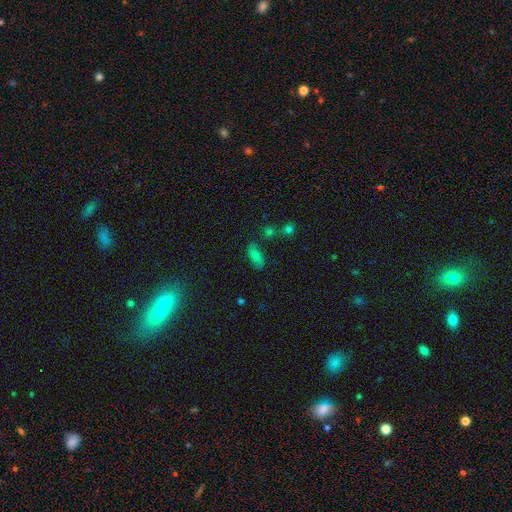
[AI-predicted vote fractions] Overall: smooth (69%). How rounded: in between (86%). Merging: none (67%).